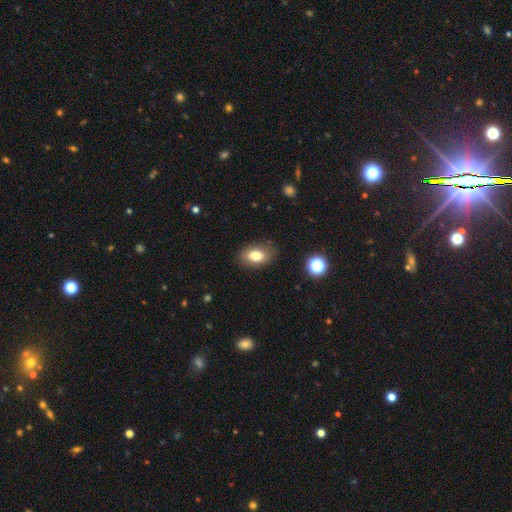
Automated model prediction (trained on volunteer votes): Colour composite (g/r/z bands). It shows a smooth galaxy with no disk features (78%) that is in between round and cigar-shaped (86%). Merging: none (84%).